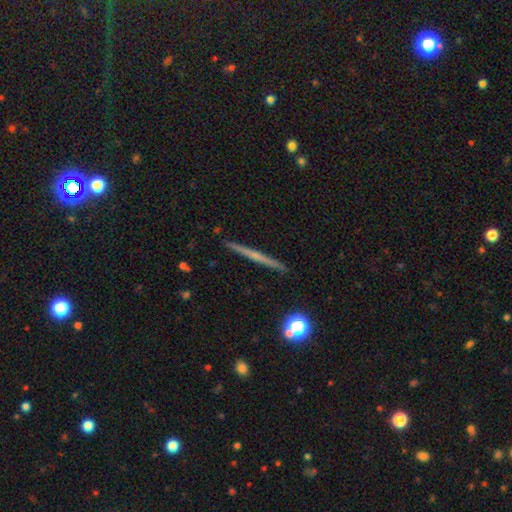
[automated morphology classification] smooth-or-featured: featured or disk: 61% | smooth: 31% | star or artifact: 8%
  disk-edge-on: yes: 98% | no: 2%
    edge-on-bulge: none: 70% | rounded: 25% | boxy: 5%
  merging: none: 93% | minor disturbance: 5% | merger: 1% | major disturbance: 1%